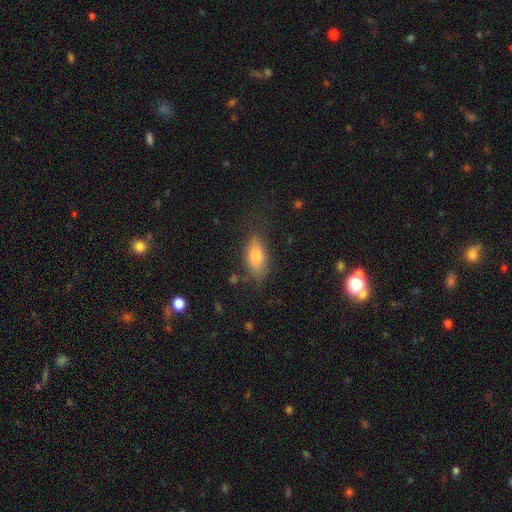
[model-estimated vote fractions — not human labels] Smooth or featured? Predicted: smooth (p=0.79). How rounded? Predicted: in between (p=0.85). Merging? Predicted: none (p=0.70).